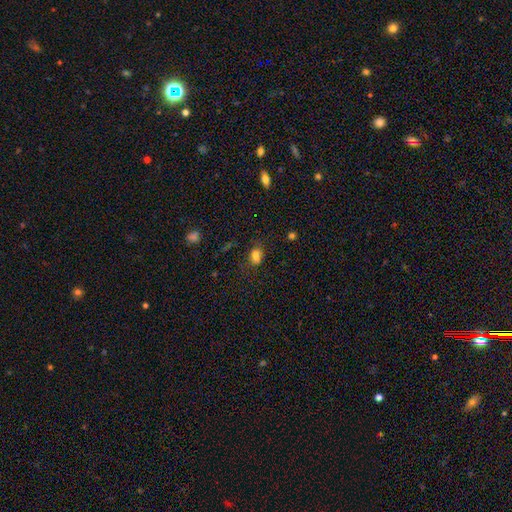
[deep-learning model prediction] The model was most divided on "merging": none: 59%, minor disturbance: 23%, major disturbance: 10%, merger: 8%. More confident: smooth or featured — smooth (75%); how rounded — in between (72%).